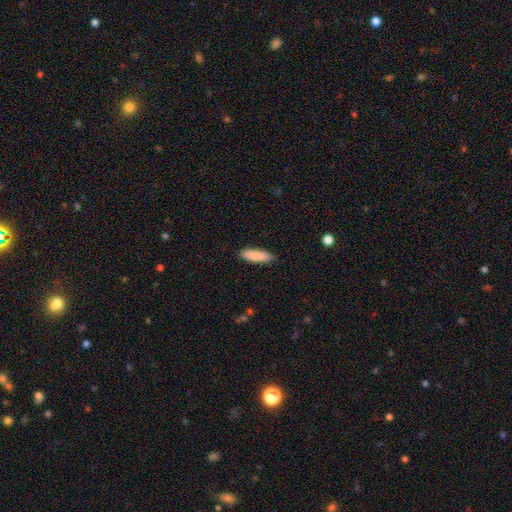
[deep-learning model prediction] Smooth or featured? Predicted: smooth (p=0.86). How rounded? Predicted: cigar-shaped (p=0.57). Merging? Predicted: none (p=0.87).